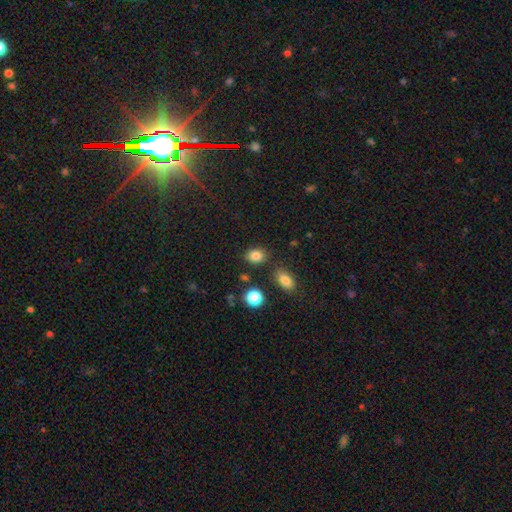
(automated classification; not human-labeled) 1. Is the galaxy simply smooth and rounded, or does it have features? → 84% smooth, 11% star or artifact, 5% featured or disk.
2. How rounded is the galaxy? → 58% in between, 41% round, 1% cigar-shaped.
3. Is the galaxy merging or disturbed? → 79% none, 12% minor disturbance, 5% merger, 3% major disturbance.